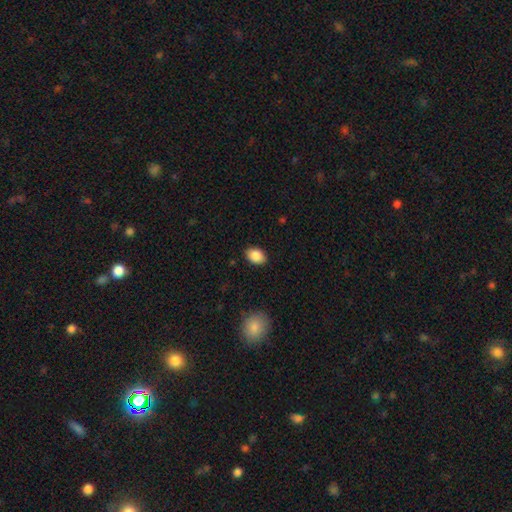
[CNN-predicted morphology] type=smooth (88%); roundness=in between (80%); merging=none (88%).